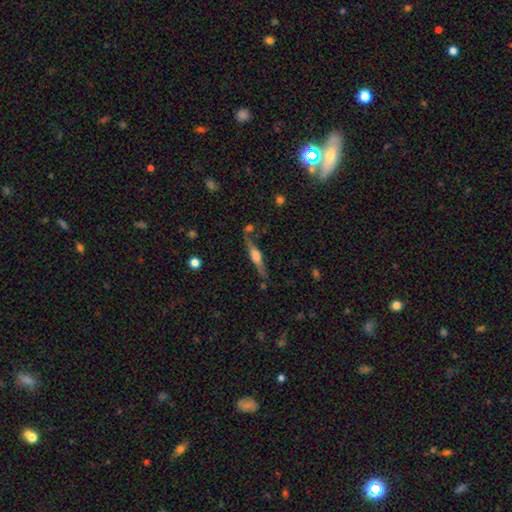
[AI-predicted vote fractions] smooth-or-featured: featured or disk: 70% | smooth: 23% | star or artifact: 7%
  disk-edge-on: yes: 96% | no: 4%
    edge-on-bulge: rounded: 78% | boxy: 18% | none: 4%
  merging: none: 77% | minor disturbance: 14% | merger: 6% | major disturbance: 4%